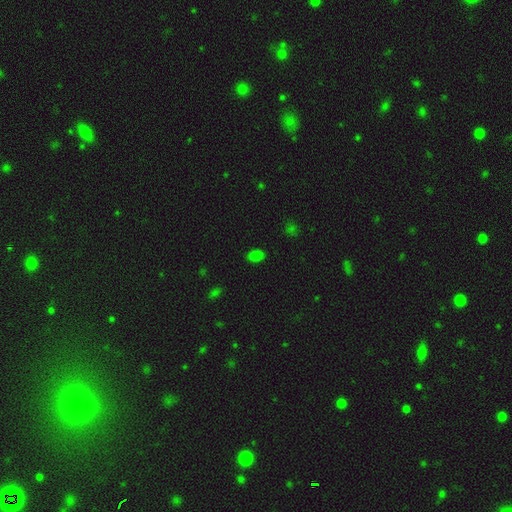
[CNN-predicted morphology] smooth 80%, star or artifact 15%, featured or disk 5%. Down the decision tree: how rounded — in between (82%); merging — none (87%).